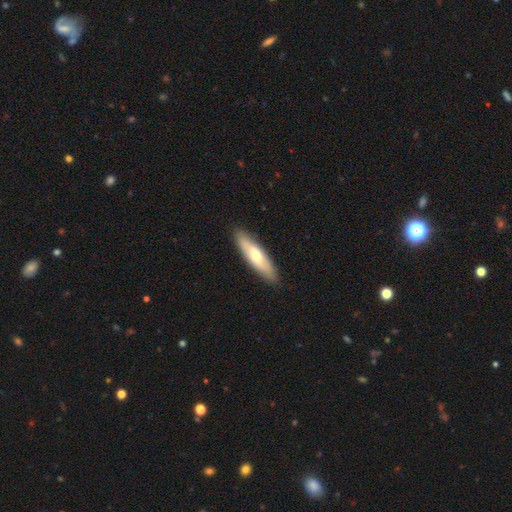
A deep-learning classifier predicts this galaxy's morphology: Smooth or featured? Predicted: smooth (p=0.56). How rounded? Predicted: cigar-shaped (p=0.69). Merging? Predicted: none (p=0.89).